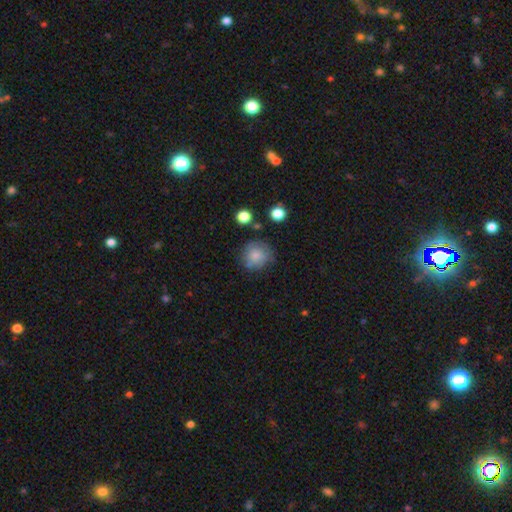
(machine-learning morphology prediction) The model was most divided on "merging": none: 71%, minor disturbance: 19%, major disturbance: 6%, merger: 5%. More confident: how rounded — round (89%); smooth or featured — smooth (80%).